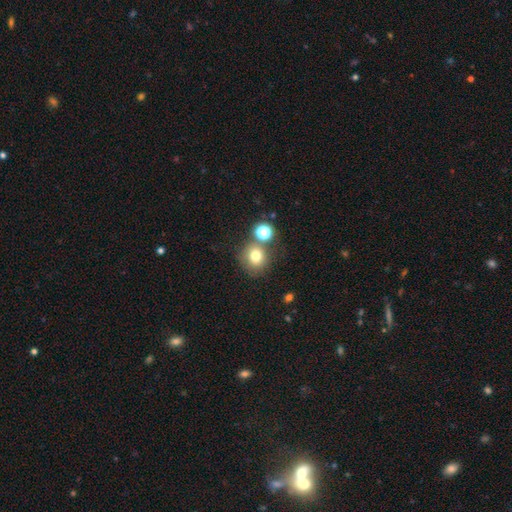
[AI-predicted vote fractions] Morphology: type=smooth (75%); roundness=round (86%); merging=none (67%).